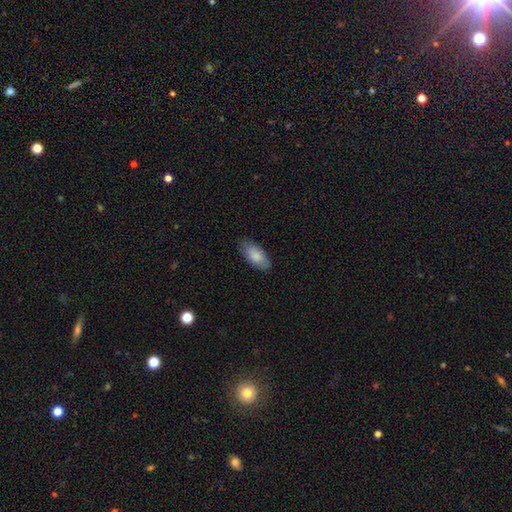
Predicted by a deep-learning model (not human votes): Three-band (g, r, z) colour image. It shows a smooth galaxy with no disk features (85%) that is in between round and cigar-shaped (91%). Merging: none (80%).